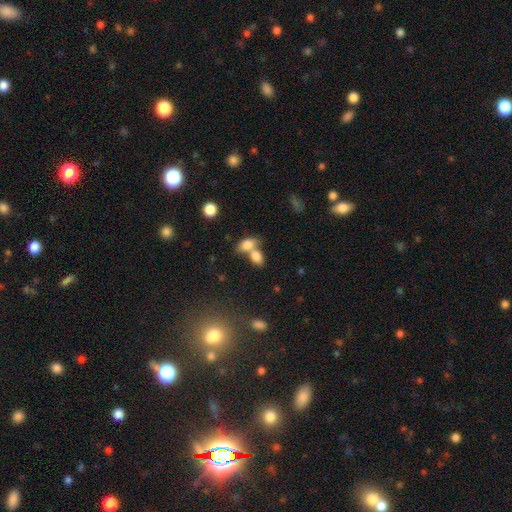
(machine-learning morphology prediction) Smooth or featured? smooth (80%)
How rounded? in between (85%)
Merging? merger (60%)